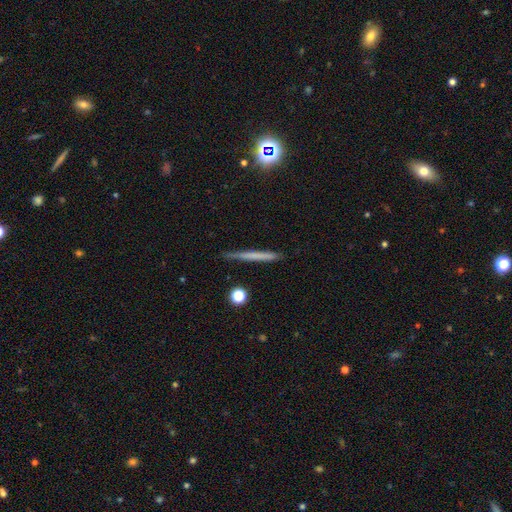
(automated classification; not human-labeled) This is possibly a smooth galaxy (56%). How rounded: clearly cigar-shaped (96%). Merging: clearly none (88%).